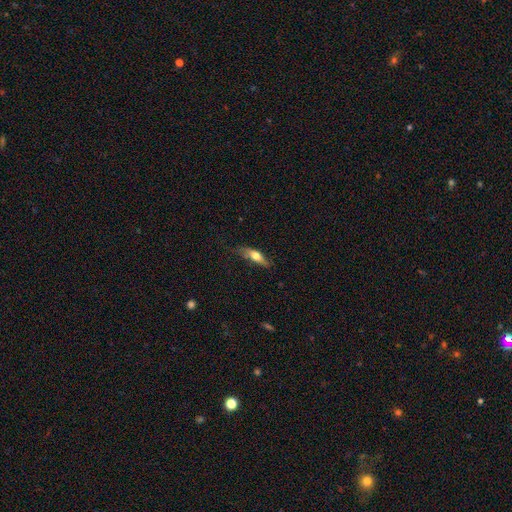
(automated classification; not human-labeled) A smooth galaxy with no disk features (58%) that is cigar-shaped (49%).

Vote fractions:
- Smooth or featured? smooth: 58% / featured or disk: 35% / star or artifact: 7%
- How rounded? cigar-shaped: 49% / in between: 47% / round: 3%
- Merging? none: 59% / minor disturbance: 29% / major disturbance: 10% / merger: 2%